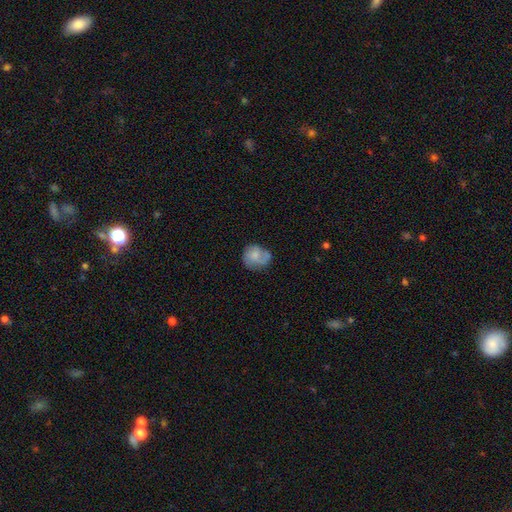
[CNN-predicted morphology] smooth-or-featured: smooth: 63% | featured or disk: 29% | star or artifact: 8%
  how-rounded: round: 70% | in between: 29% | cigar-shaped: 1%
  merging: none: 54% | minor disturbance: 29% | major disturbance: 13% | merger: 4%